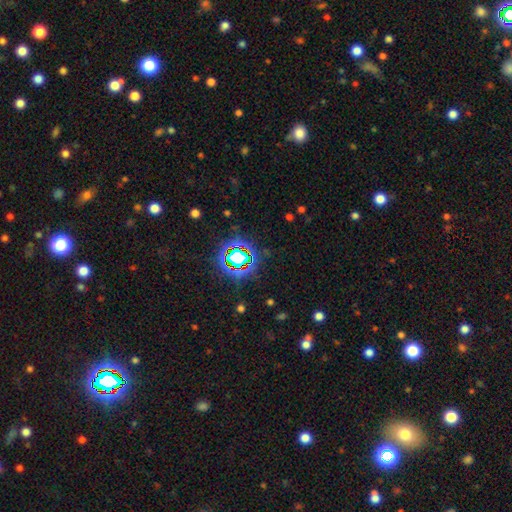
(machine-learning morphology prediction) This appears to be a star or artifact, not a galaxy (80%).